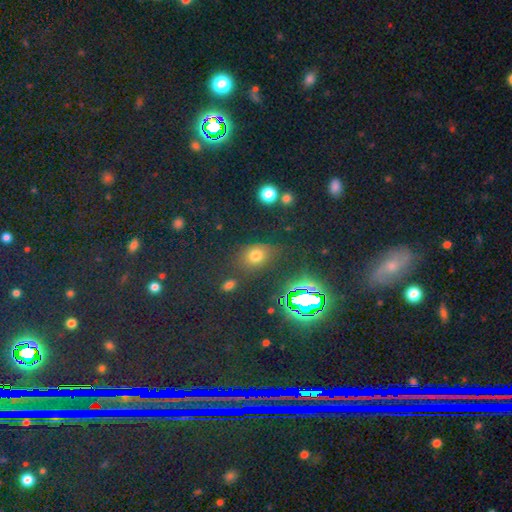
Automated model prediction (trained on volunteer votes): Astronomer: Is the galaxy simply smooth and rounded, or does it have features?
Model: smooth — 64%.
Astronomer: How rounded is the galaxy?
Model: in between — 53% (runner-up: round, 45%).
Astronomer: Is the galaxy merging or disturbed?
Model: none — 74%.